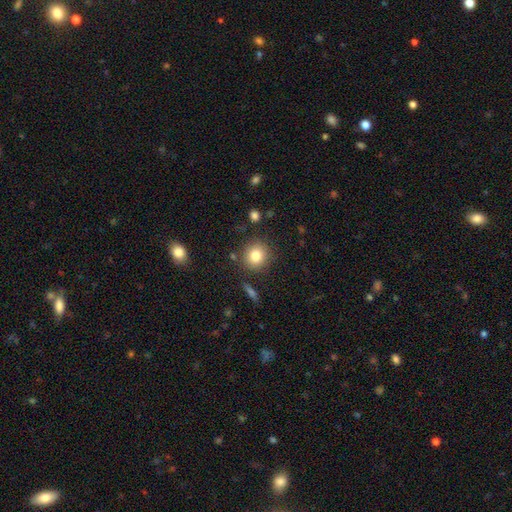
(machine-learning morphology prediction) This appears to be a smooth galaxy with no disk features (81%) that is round (89%). Merging: none (86%).